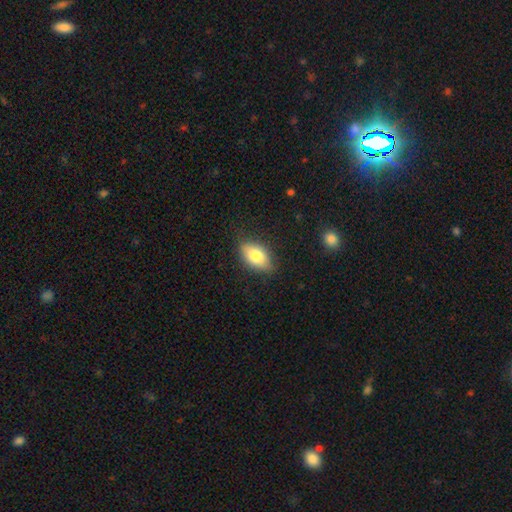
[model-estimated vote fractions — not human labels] Smooth or featured? smooth (78%)
How rounded? in between (90%)
Merging? none (80%)